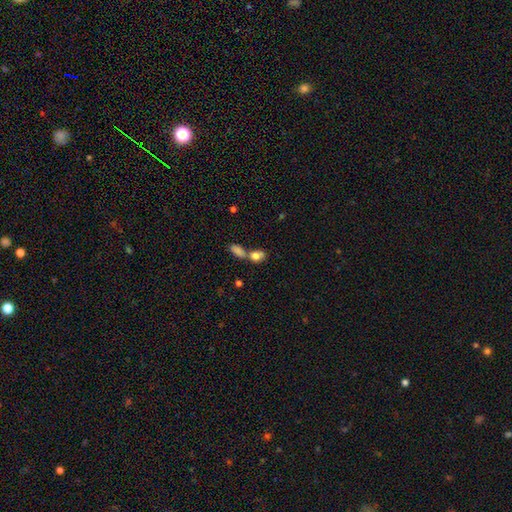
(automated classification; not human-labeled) smooth 79%, featured or disk 11%, star or artifact 10%. Down the decision tree: how rounded — in between (62%); merging — merger (55%).